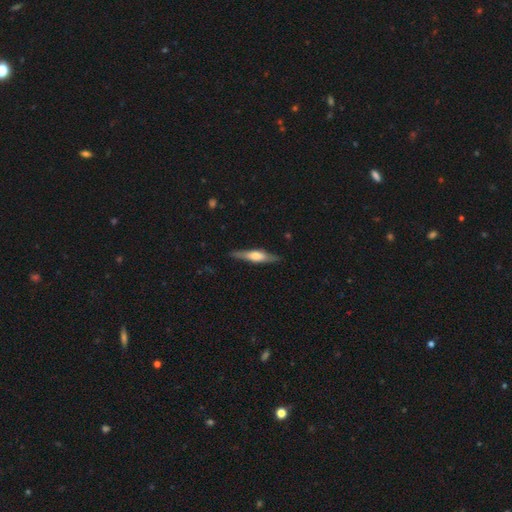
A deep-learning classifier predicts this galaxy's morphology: A featured or disk galaxy (57%) viewed edge-on (94%) with a rounded central bulge (75%). Merging: none (85%).